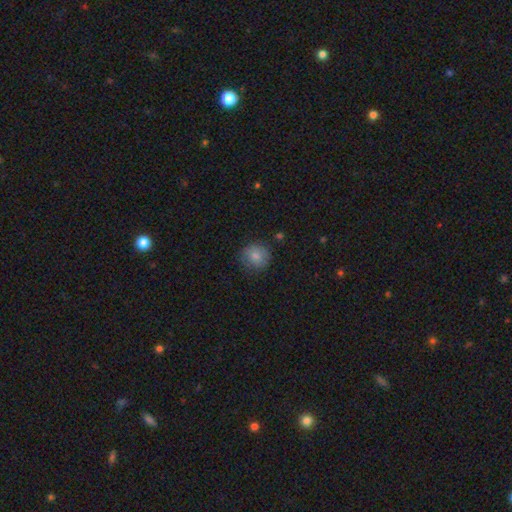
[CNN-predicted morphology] Q: Smooth or featured?
A: smooth (81%); runner-up: featured or disk (10%)
Q: How rounded?
A: round (89%); runner-up: in between (10%)
Q: Merging?
A: none (79%); runner-up: minor disturbance (16%)